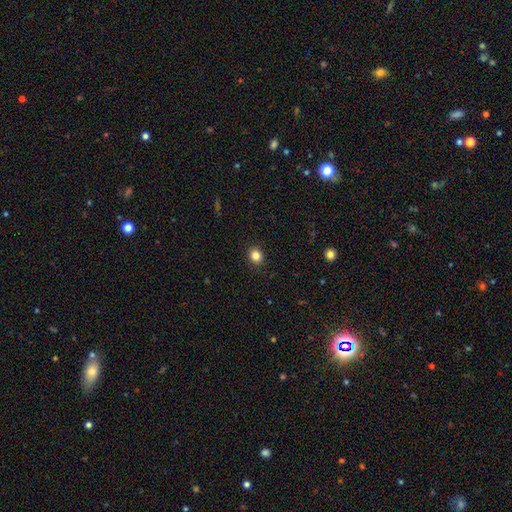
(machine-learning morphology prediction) This is clearly a smooth galaxy (84%). How rounded: likely round (74%). Merging: clearly none (91%).